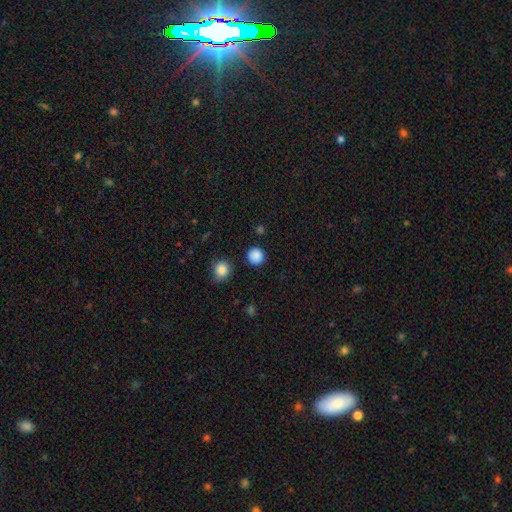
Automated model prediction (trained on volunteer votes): Smooth or featured: smooth — 87% (star or artifact — 10%)
How rounded: round — 94% (in between — 5%)
Merging: none — 90% (minor disturbance — 6%)